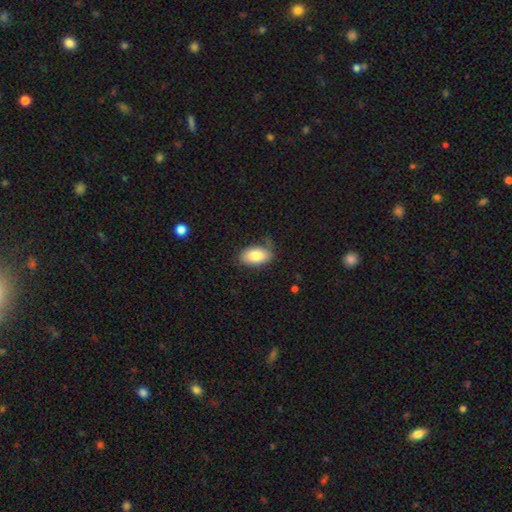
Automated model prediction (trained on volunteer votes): Smooth or featured? smooth (81%)
How rounded? in between (94%)
Merging? none (71%)